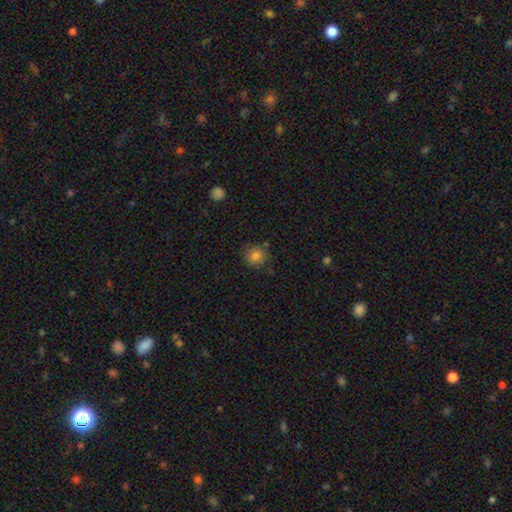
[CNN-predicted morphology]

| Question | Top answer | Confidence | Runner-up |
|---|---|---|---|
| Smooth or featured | smooth | 82% | star or artifact (11%) |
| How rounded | round | 88% | in between (11%) |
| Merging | none | 83% | minor disturbance (11%) |